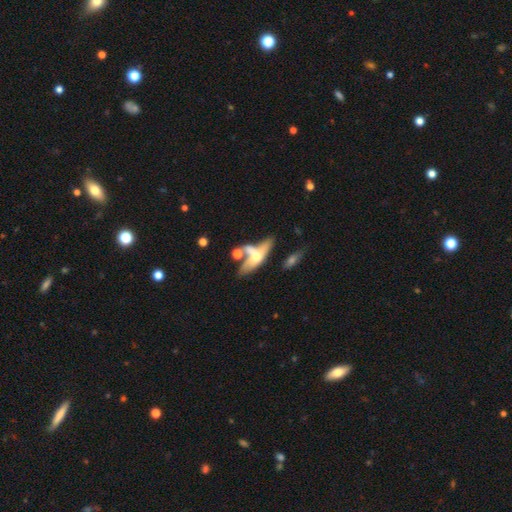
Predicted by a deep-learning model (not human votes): Morphology: type=featured or disk (47%); merging=merger (47%).